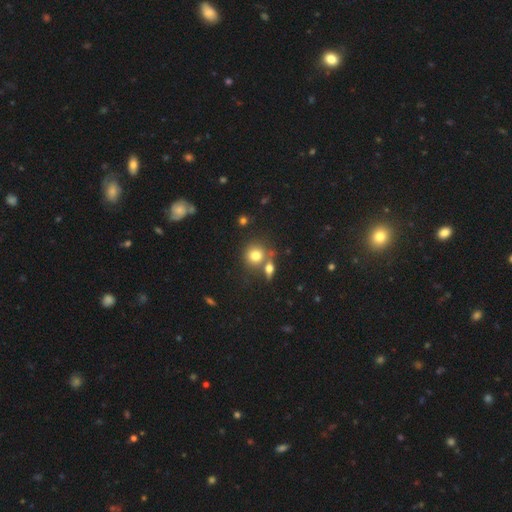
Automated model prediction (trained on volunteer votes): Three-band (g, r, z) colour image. It shows a smooth galaxy with no disk features (76%) that is round (83%). Merging: none (59%).